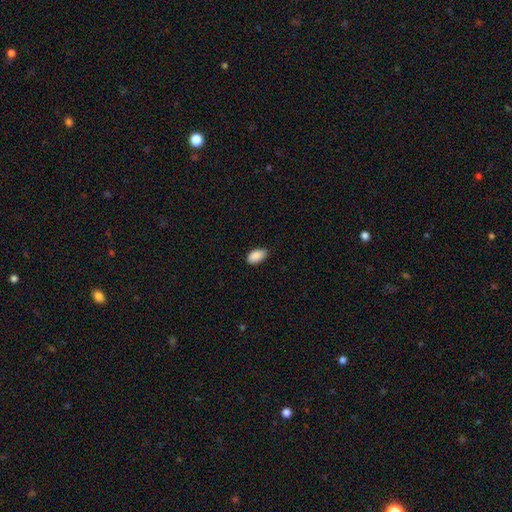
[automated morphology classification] A smooth galaxy with no disk features (90%) that is in between round and cigar-shaped (94%).

Vote fractions:
- Smooth or featured? smooth: 90% / star or artifact: 7% / featured or disk: 3%
- How rounded? in between: 94% / round: 3% / cigar-shaped: 2%
- Merging? none: 81% / minor disturbance: 15% / major disturbance: 2% / merger: 1%